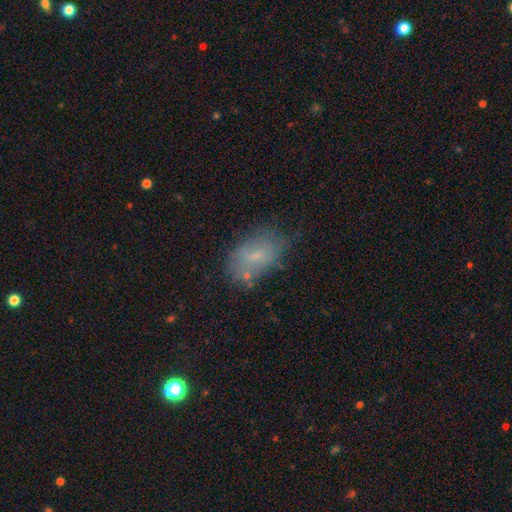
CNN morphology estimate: The model was most divided on "merging": none: 59%, minor disturbance: 25%, major disturbance: 10%, merger: 6%. More confident: how rounded — in between (88%); smooth or featured — smooth (61%).